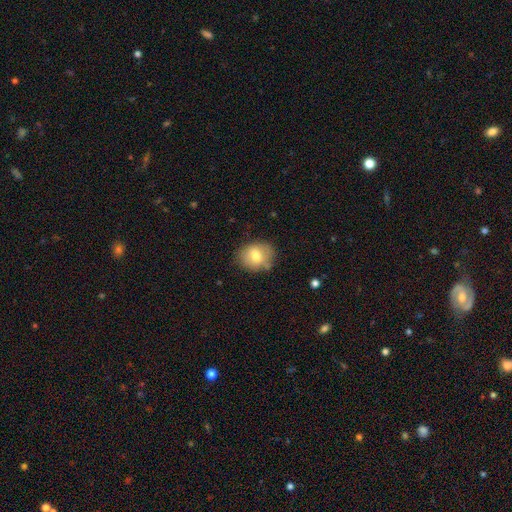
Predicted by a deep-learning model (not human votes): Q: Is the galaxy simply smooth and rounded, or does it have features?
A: smooth — 72%.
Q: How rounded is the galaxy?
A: round — 60%.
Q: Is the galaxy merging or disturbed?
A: none — 74%.